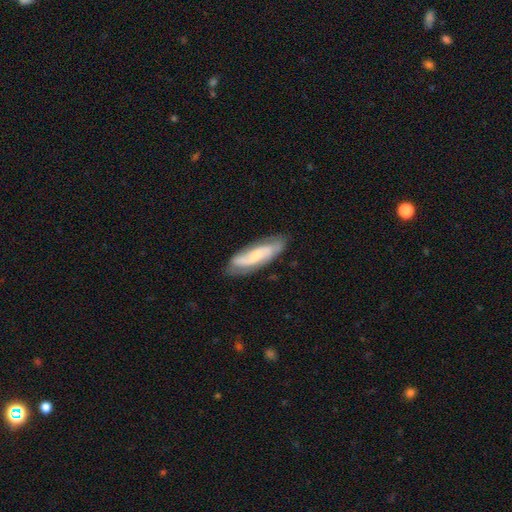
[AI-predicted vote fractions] A featured or disk galaxy (64%) with no bar (48%), spiral arms (90%) and a small central bulge (45%). Merging: none (76%).